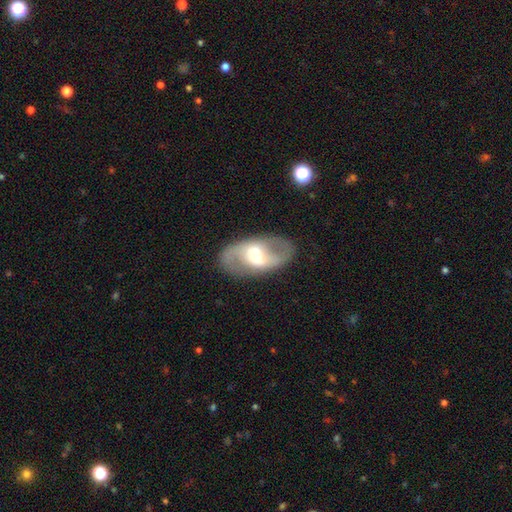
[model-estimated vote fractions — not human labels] A featured or disk galaxy (77%) with a weak bar (42%), 2 (89%) loose (46%) spiral arms (79%) and a moderate central bulge (56%). Merging: none (84%).